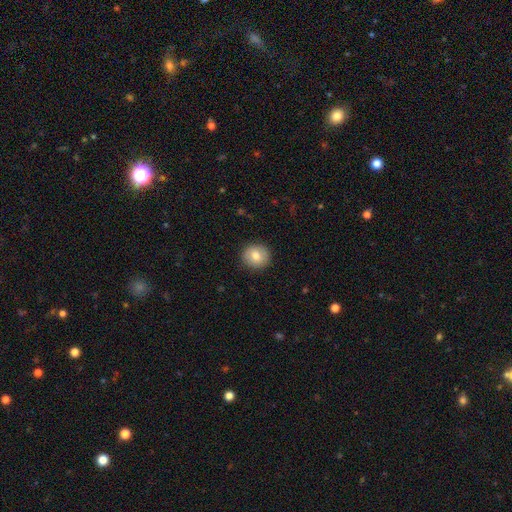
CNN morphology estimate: A smooth galaxy with no disk features (79%) that is round (89%). Merging: none (90%).